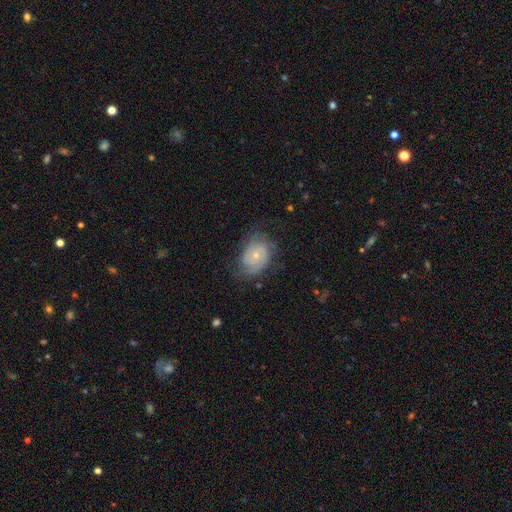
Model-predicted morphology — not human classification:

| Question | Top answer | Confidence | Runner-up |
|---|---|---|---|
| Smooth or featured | featured or disk | 70% | smooth (23%) |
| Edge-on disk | no | 97% | yes (3%) |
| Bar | no | 79% | weak (18%) |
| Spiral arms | yes | 87% | no (13%) |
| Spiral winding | tight | 59% | medium (29%) |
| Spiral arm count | can't tell | 39% | 2 (34%) |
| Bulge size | small | 65% | moderate (31%) |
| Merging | none | 63% | minor disturbance (23%) |